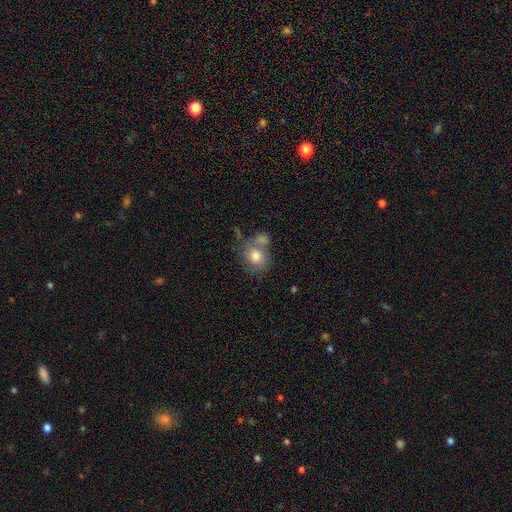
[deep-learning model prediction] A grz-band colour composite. It shows a smooth galaxy with no disk features (68%) that is round (68%). Merging: none (40%).